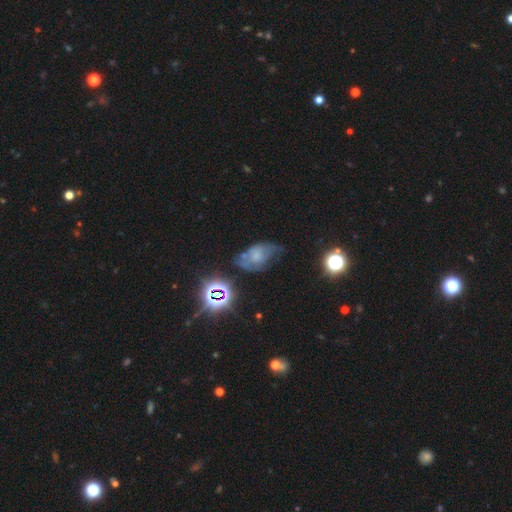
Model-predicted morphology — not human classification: This appears to be a smooth galaxy with no disk features (39%). Merging: none (37%).